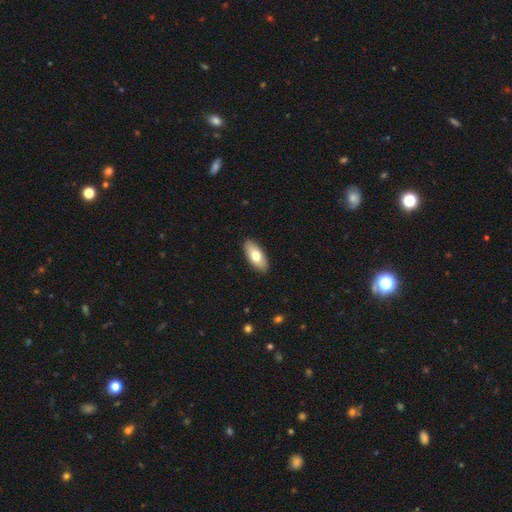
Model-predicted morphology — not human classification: Smooth or featured: smooth — 74% (featured or disk — 20%)
How rounded: in between — 86% (cigar-shaped — 11%)
Merging: none — 90% (minor disturbance — 8%)